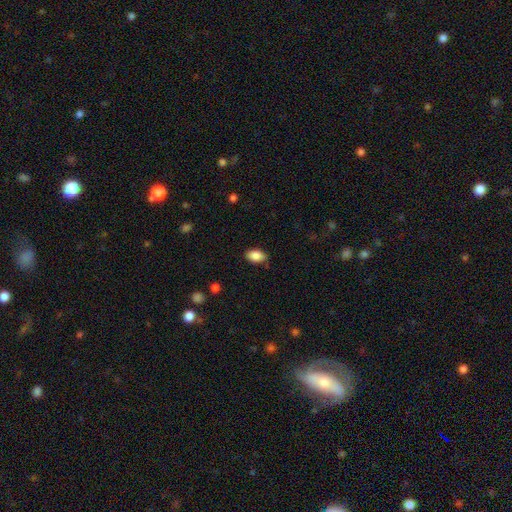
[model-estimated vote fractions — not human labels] A smooth galaxy with no disk features (86%) that is in between round and cigar-shaped (91%). Merging: none (82%).